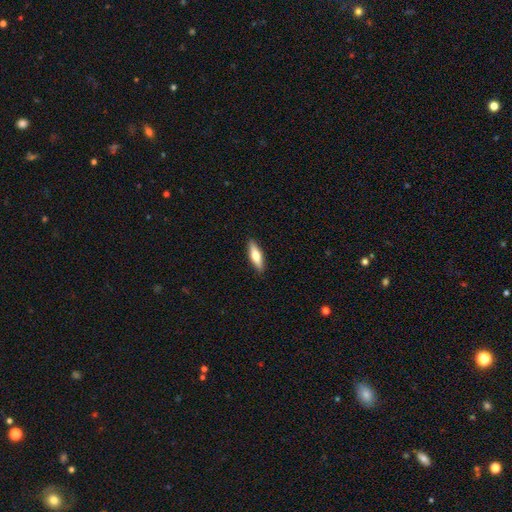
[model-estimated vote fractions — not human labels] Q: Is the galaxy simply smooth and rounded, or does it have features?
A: smooth — 64%.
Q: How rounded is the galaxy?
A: cigar-shaped — 55%.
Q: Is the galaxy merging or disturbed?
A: none — 90%.